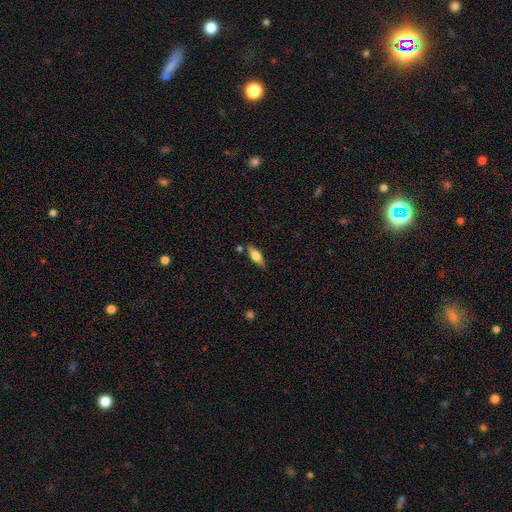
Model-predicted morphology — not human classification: A smooth galaxy with no disk features (58%) that is in between round and cigar-shaped (61%). Merging: none (80%).